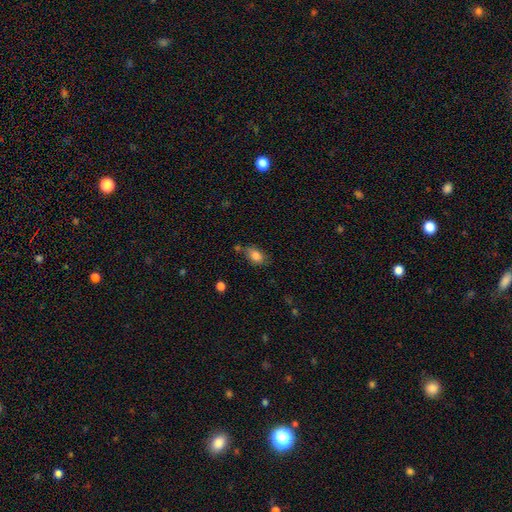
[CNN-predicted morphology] A smooth galaxy with no disk features (83%) that is in between round and cigar-shaped (82%). Merging: none (63%).